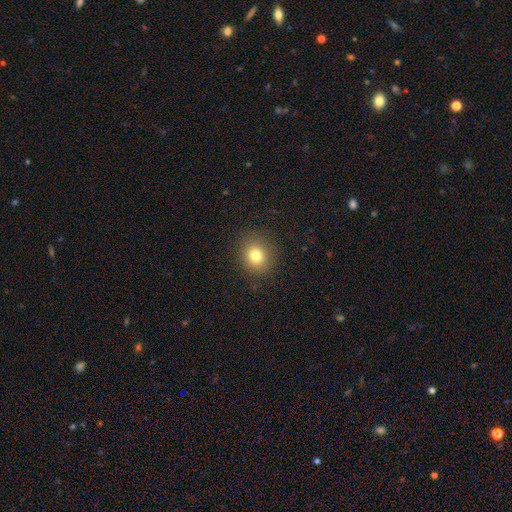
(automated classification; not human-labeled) A smooth galaxy with no disk features (78%) that is round (79%).

Vote fractions:
- Smooth or featured? smooth: 78% / star or artifact: 13% / featured or disk: 8%
- How rounded? round: 79% / in between: 20% / cigar-shaped: 1%
- Merging? none: 89% / minor disturbance: 7% / major disturbance: 3% / merger: 1%